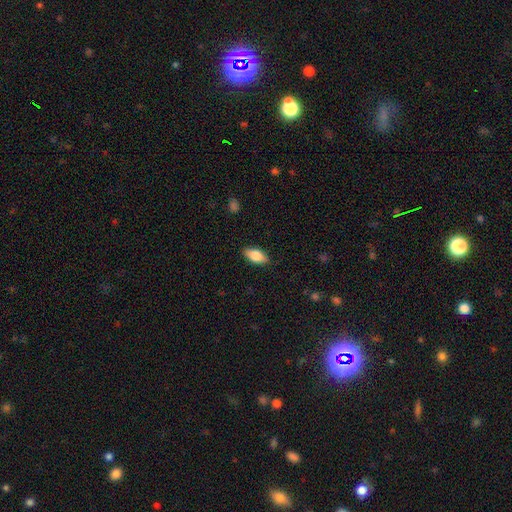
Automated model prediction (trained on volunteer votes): Q: Smooth or featured?
A: smooth (81%); runner-up: featured or disk (12%)
Q: How rounded?
A: in between (89%); runner-up: cigar-shaped (8%)
Q: Merging?
A: none (86%); runner-up: minor disturbance (10%)